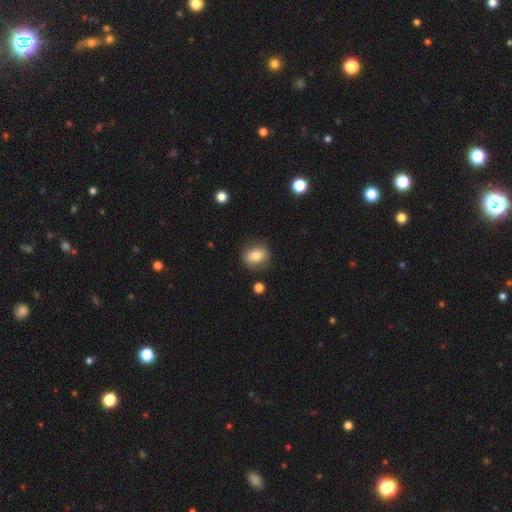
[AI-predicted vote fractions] A smooth galaxy with no disk features (79%) that is round (56%). Merging: none (79%).